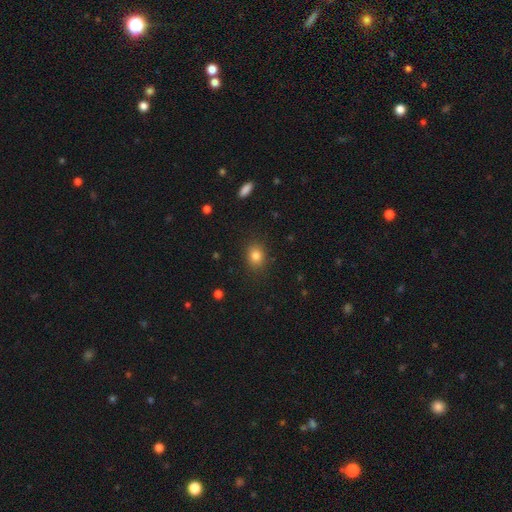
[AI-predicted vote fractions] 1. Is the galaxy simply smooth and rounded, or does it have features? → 82% smooth, 12% star or artifact, 6% featured or disk.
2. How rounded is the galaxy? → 59% round, 40% in between, 1% cigar-shaped.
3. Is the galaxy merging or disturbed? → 87% none, 9% minor disturbance, 3% major disturbance, 1% merger.